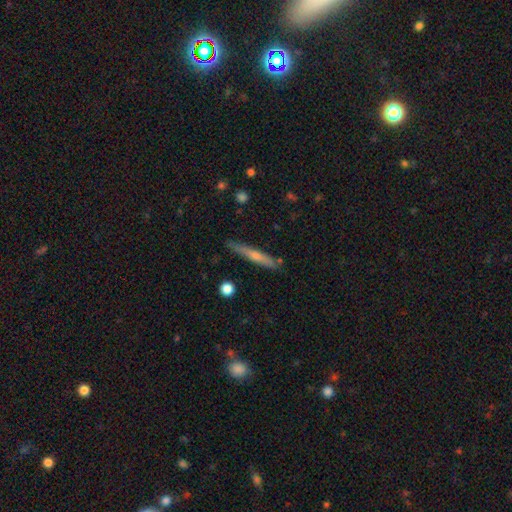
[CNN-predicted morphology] Smooth or featured?
  - featured or disk: 49% *
  - smooth: 45%
  - star or artifact: 6%
Merging?
  - none: 83% *
  - minor disturbance: 13%
  - merger: 2%
  - major disturbance: 2%